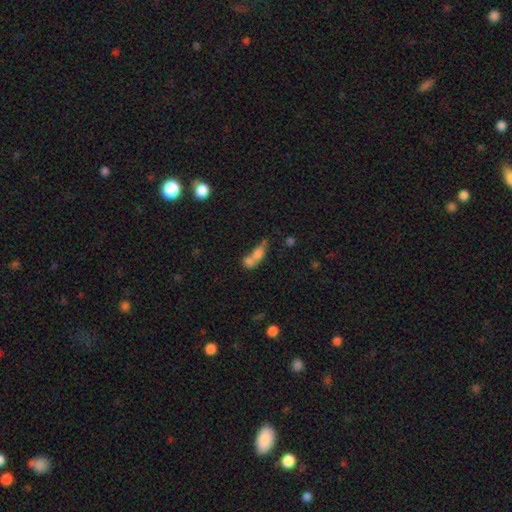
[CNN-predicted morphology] Overall: smooth (66%). How rounded: in between (61%; cigar-shaped 23%). Merging: merger (63%).